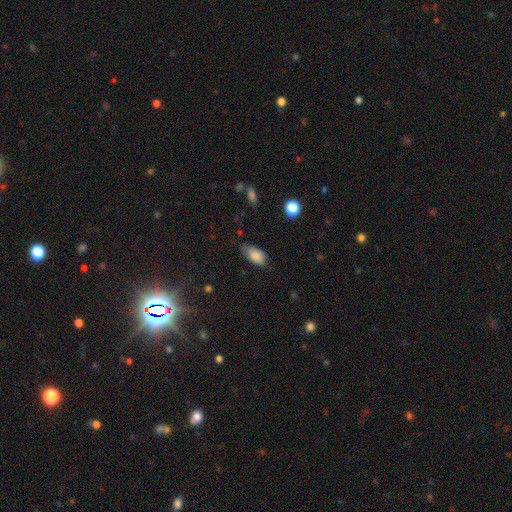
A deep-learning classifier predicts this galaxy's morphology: Overall: smooth (85%). How rounded: in between (93%). Merging: none (56%; minor disturbance 35%).